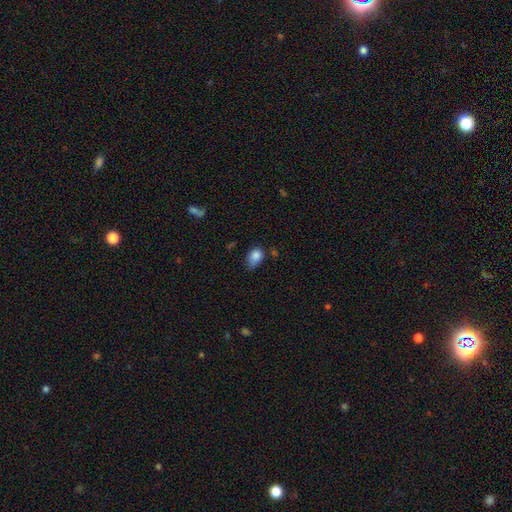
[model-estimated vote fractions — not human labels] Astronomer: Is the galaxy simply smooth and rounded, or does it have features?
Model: smooth — 84%.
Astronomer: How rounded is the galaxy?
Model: in between — 73%.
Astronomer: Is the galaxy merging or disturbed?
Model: none — 44% (runner-up: minor disturbance, 41%).